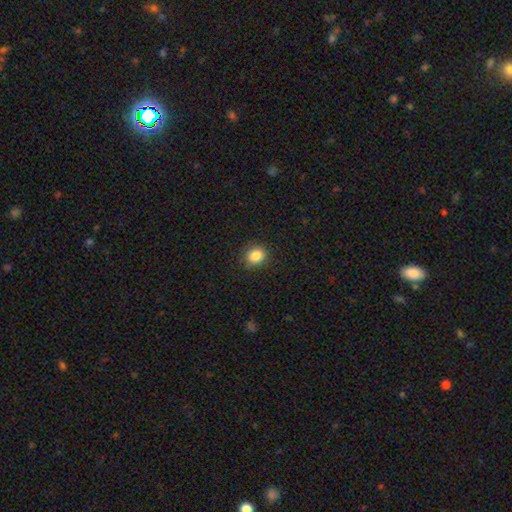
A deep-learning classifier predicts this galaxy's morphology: Smooth or featured: smooth — 85% (star or artifact — 10%)
How rounded: round — 72% (in between — 27%)
Merging: none — 88% (minor disturbance — 9%)